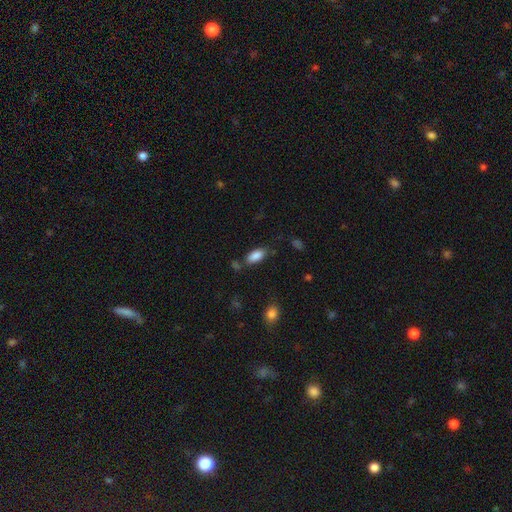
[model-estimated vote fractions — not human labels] The model was most divided on "merging": none: 72%, minor disturbance: 16%, merger: 7%, major disturbance: 4%. More confident: how rounded — in between (89%); smooth or featured — smooth (86%).